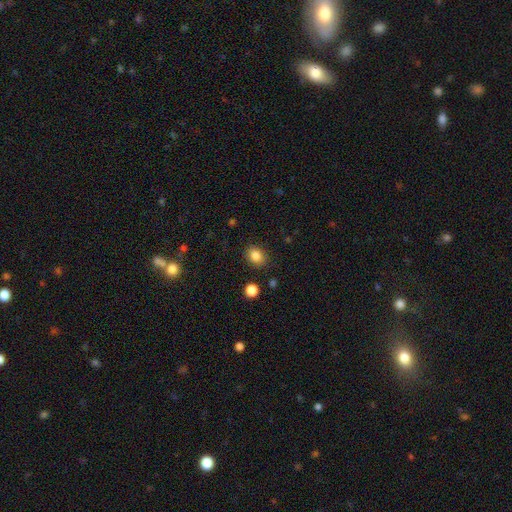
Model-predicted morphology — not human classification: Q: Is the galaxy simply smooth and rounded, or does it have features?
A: smooth — 85%.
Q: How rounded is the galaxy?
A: round — 51%.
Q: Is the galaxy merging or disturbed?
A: none — 86%.